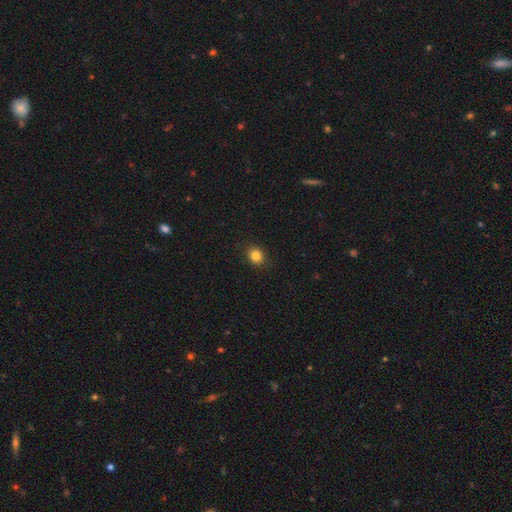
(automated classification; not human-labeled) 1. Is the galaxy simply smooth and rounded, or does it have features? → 84% smooth, 11% star or artifact, 5% featured or disk.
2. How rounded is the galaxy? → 70% round, 29% in between, 1% cigar-shaped.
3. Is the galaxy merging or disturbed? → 89% none, 8% minor disturbance, 2% major disturbance, 1% merger.